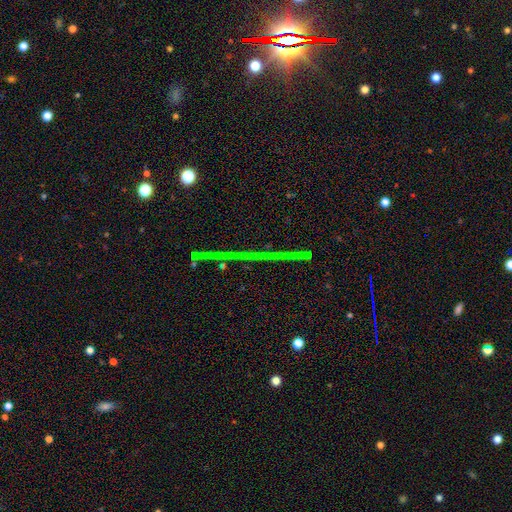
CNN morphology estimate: This appears to be a star or artifact, not a galaxy (70%).